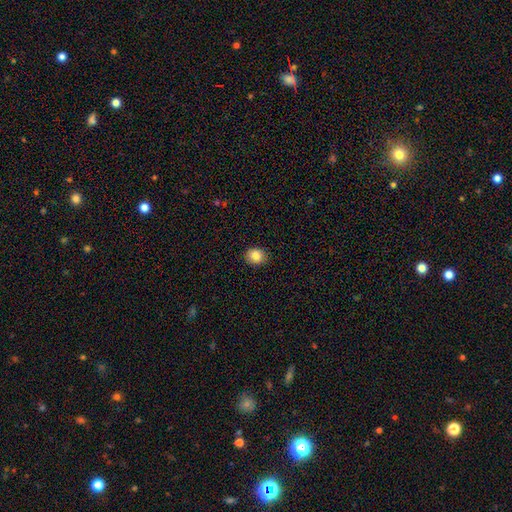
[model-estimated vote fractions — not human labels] Smooth or featured?
  - smooth: 85% *
  - star or artifact: 10%
  - featured or disk: 6%
How rounded?
  - round: 71% *
  - in between: 28%
  - cigar-shaped: 1%
Merging?
  - none: 90% *
  - minor disturbance: 7%
  - major disturbance: 2%
  - merger: 1%